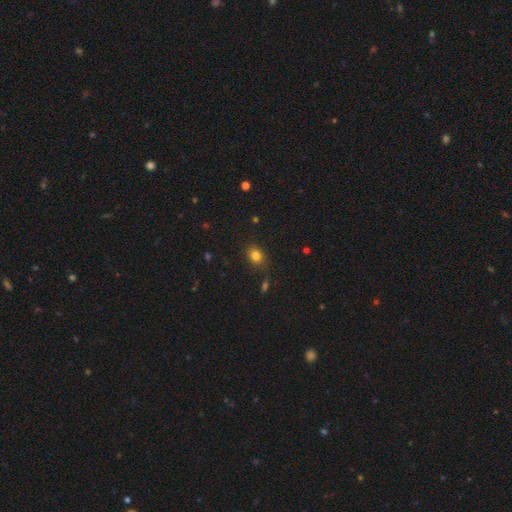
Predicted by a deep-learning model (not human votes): Morphology: type=smooth (80%); roundness=in between (54%); merging=none (80%).